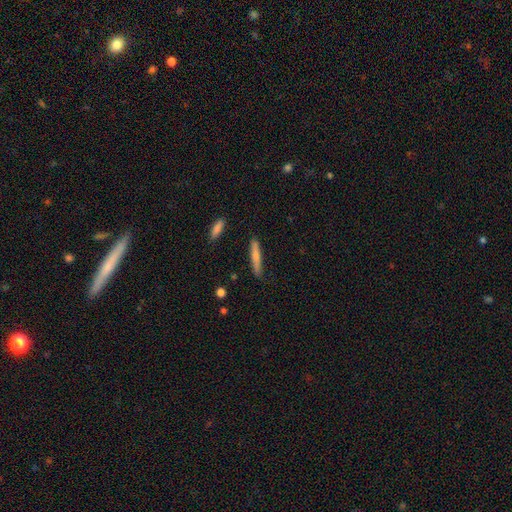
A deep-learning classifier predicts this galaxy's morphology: The model was most divided on "smooth or featured": smooth: 69%, featured or disk: 25%, star or artifact: 6%. More confident: how rounded — cigar-shaped (92%); merging — none (87%).